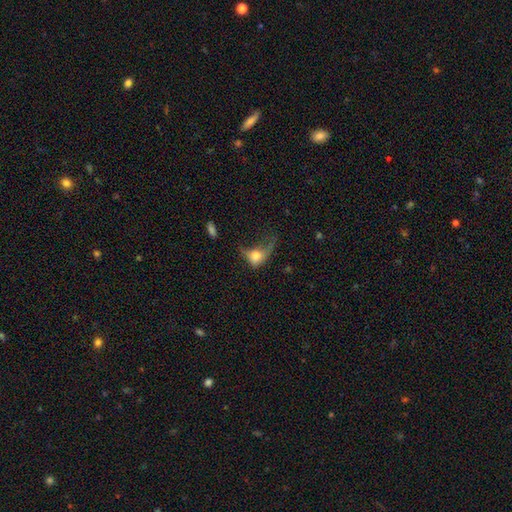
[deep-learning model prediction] smooth-or-featured: smooth: 62% | featured or disk: 28% | star or artifact: 11%
  how-rounded: in between: 65% | round: 30% | cigar-shaped: 5%
  merging: major disturbance: 61% | minor disturbance: 18% | none: 16% | merger: 6%